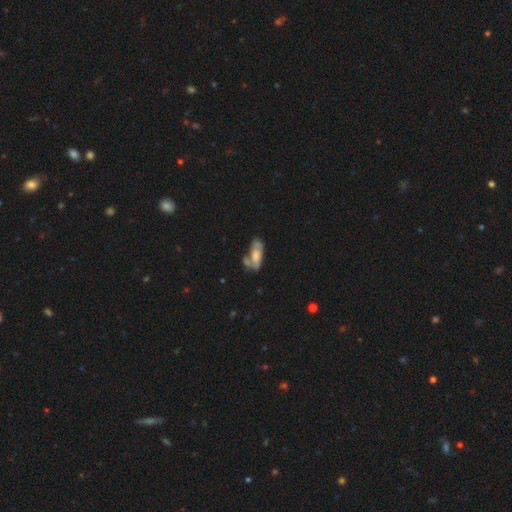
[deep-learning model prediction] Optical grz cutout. It shows a smooth galaxy with no disk features (54%) that is in between round and cigar-shaped (80%). Merging: none (37%).